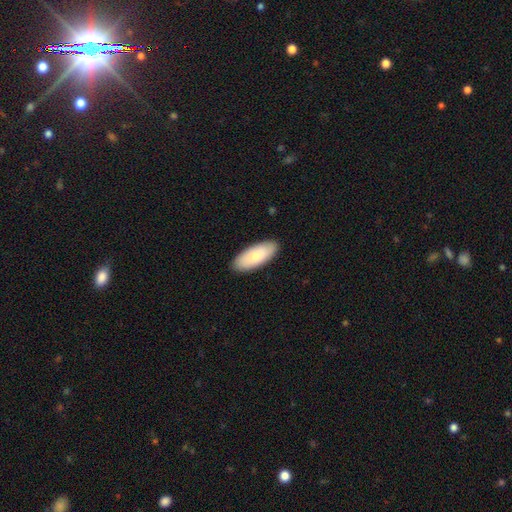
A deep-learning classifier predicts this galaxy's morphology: This is likely a smooth galaxy (79%). How rounded: clearly in between (84%). Merging: clearly none (89%).